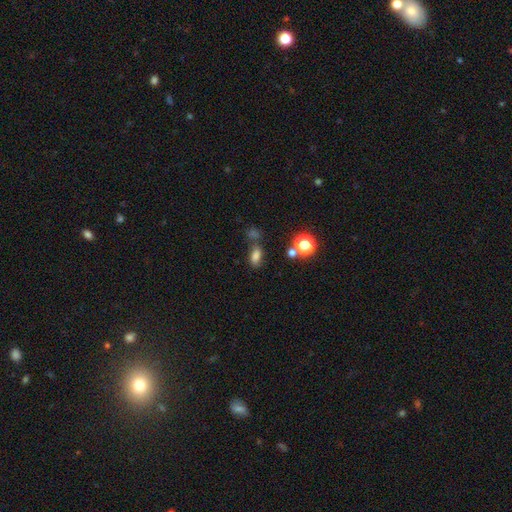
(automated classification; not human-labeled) This is likely a smooth galaxy (74%). How rounded: likely in between (80%). Merging: possibly none (57%).